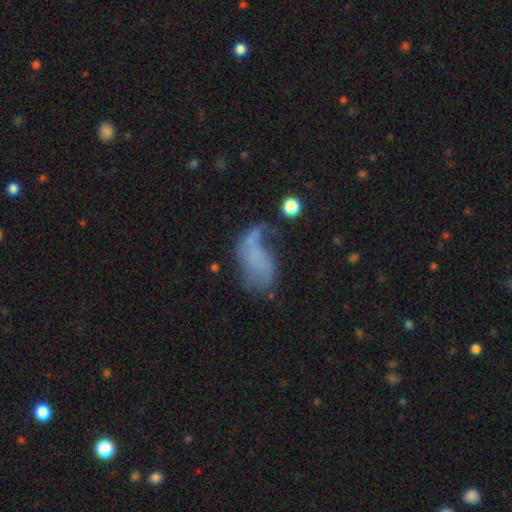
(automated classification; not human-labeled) Smooth or featured? Predicted: featured or disk (p=0.46). Merging? Predicted: major disturbance (p=0.41).